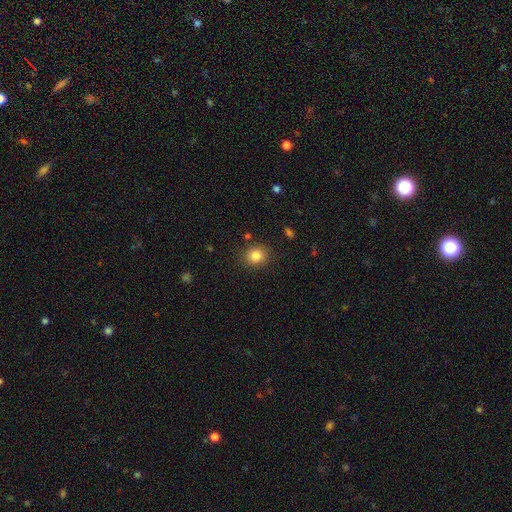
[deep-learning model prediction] smooth 83%, star or artifact 11%, featured or disk 6%. Down the decision tree: how rounded — round (74%); merging — none (86%).